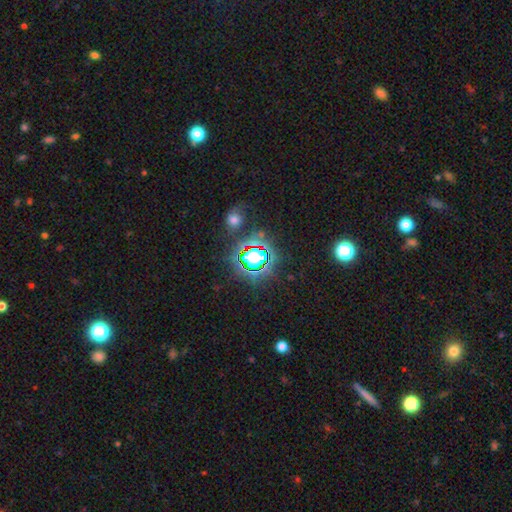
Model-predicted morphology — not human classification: A star or artifact, not a galaxy (74%).